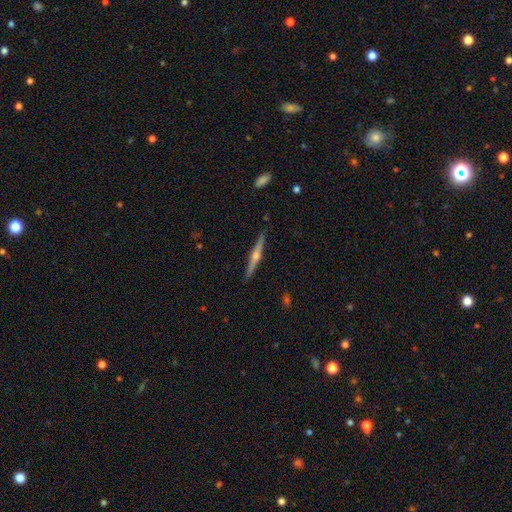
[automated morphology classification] The model was most divided on "smooth or featured": featured or disk: 78%, smooth: 16%, star or artifact: 6%. More confident: edge-on disk — yes (98%); merging — none (91%); edge-on bulge — rounded (90%).